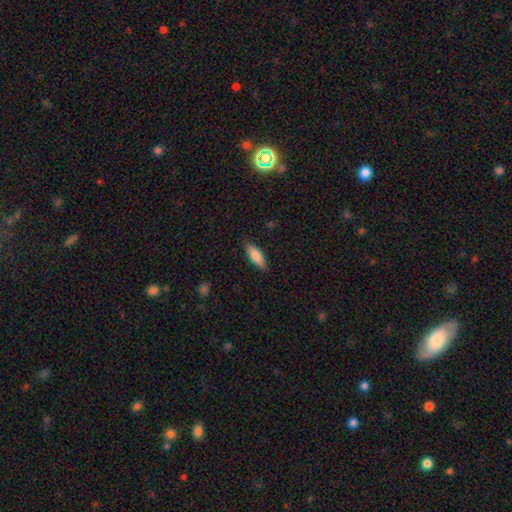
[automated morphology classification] smooth-or-featured: smooth: 79% | featured or disk: 15% | star or artifact: 6%
  how-rounded: in between: 65% | cigar-shaped: 33% | round: 2%
  merging: none: 86% | minor disturbance: 10% | major disturbance: 2% | merger: 1%